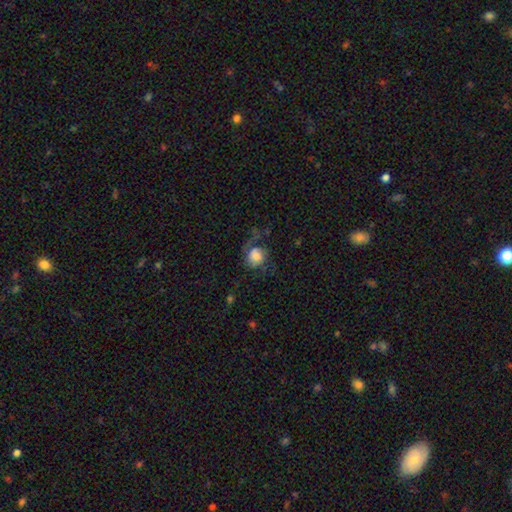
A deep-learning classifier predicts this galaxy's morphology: A smooth galaxy with no disk features (49%). Merging: none (43%).